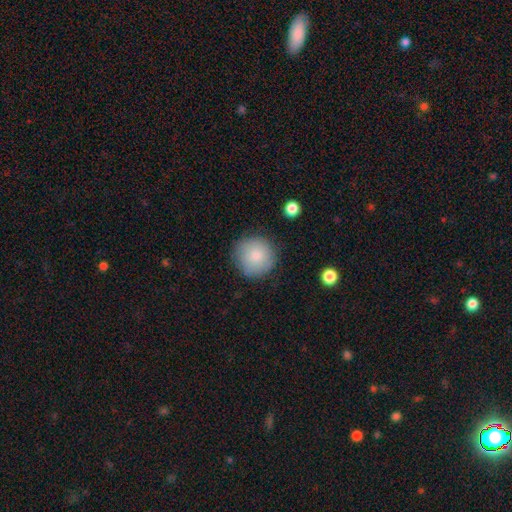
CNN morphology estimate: A smooth galaxy with no disk features (83%) that is round (95%).

Vote fractions:
- Smooth or featured? smooth: 83% / featured or disk: 10% / star or artifact: 7%
- How rounded? round: 95% / in between: 4% / cigar-shaped: 1%
- Merging? none: 84% / minor disturbance: 11% / major disturbance: 3% / merger: 1%